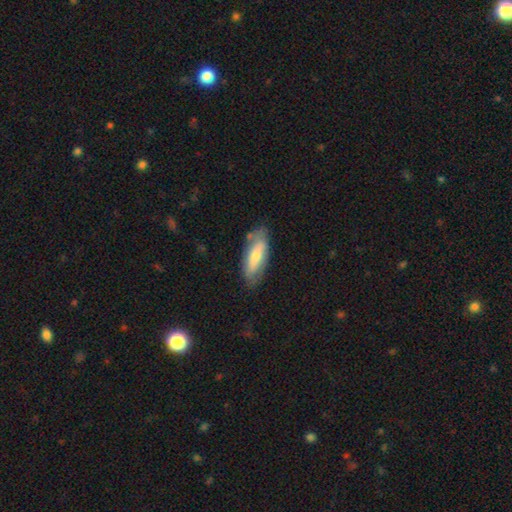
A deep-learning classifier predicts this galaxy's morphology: This is likely a smooth galaxy (64%). How rounded: likely in between (69%). Merging: likely none (72%).